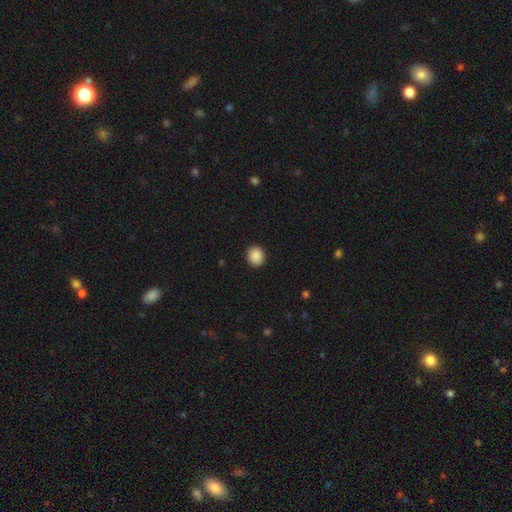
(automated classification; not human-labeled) smooth_or_featured: smooth (p=0.89) [alt: star or artifact p=0.08]
how_rounded: round (p=0.78) [alt: in between p=0.21]
merging: none (p=0.91) [alt: minor disturbance p=0.06]